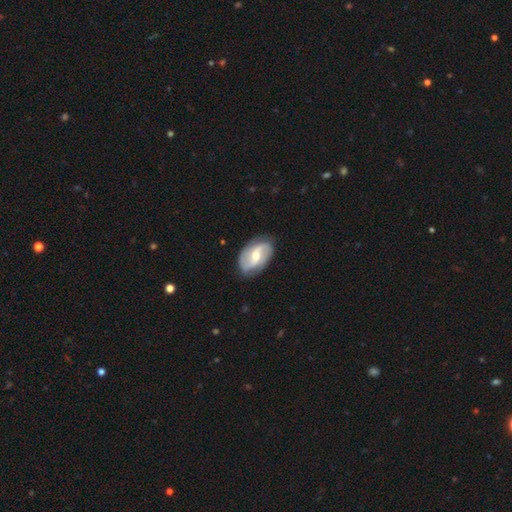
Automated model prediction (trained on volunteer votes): Smooth or featured? featured or disk (80%)
Edge-on disk? no (96%)
Bar? weak (47%)
Spiral arms? yes (93%)
Spiral winding? loose (41%)
Spiral arm count? 2 (88%)
Bulge size? moderate (61%)
Merging? none (82%)